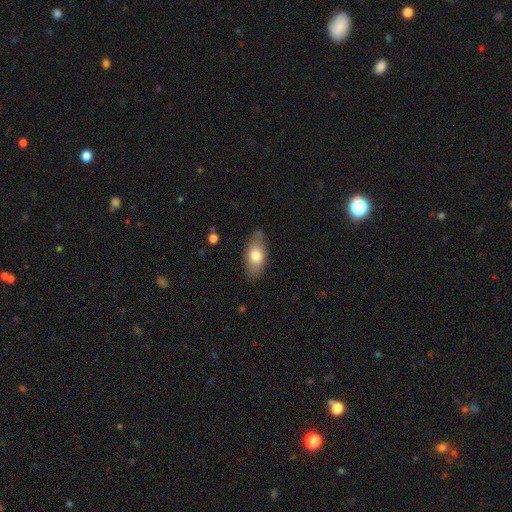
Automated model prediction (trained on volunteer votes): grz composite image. It shows a smooth galaxy with no disk features (70%) that is in between round and cigar-shaped (88%). Merging: none (79%).